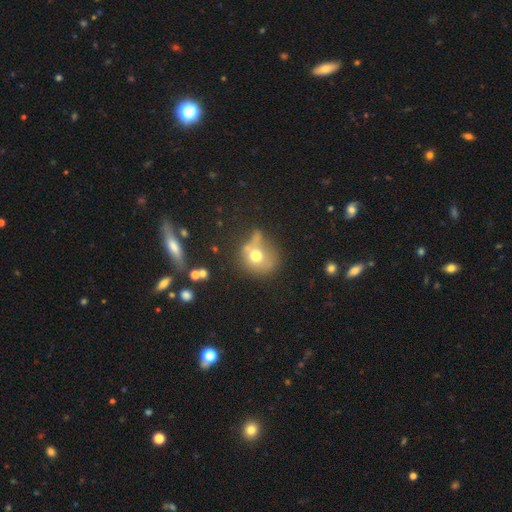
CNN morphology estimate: smooth-or-featured: smooth: 64% | featured or disk: 22% | star or artifact: 14%
  how-rounded: round: 79% | in between: 20% | cigar-shaped: 1%
  merging: none: 40% | minor disturbance: 24% | major disturbance: 20% | merger: 16%